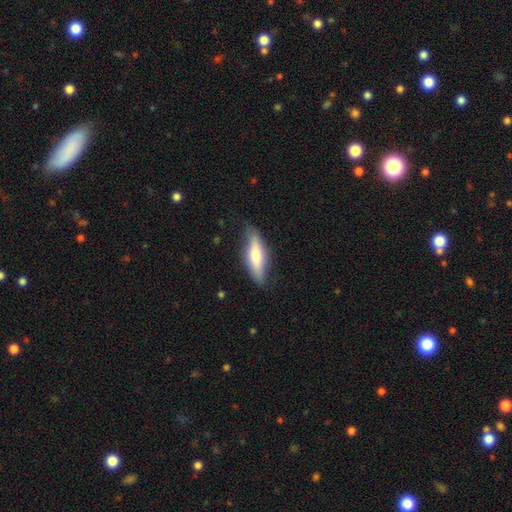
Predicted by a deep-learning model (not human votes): Q: Smooth or featured?
A: smooth (59%); runner-up: featured or disk (36%)
Q: How rounded?
A: cigar-shaped (58%); runner-up: in between (40%)
Q: Merging?
A: none (76%); runner-up: minor disturbance (18%)